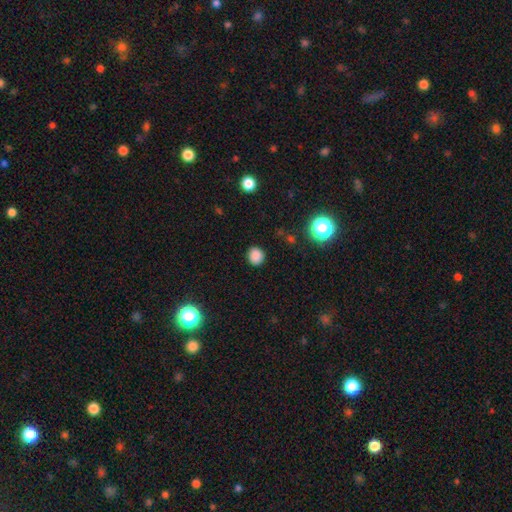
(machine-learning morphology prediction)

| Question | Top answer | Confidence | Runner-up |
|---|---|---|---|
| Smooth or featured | smooth | 84% | star or artifact (13%) |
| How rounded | round | 84% | in between (15%) |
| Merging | none | 88% | minor disturbance (8%) |